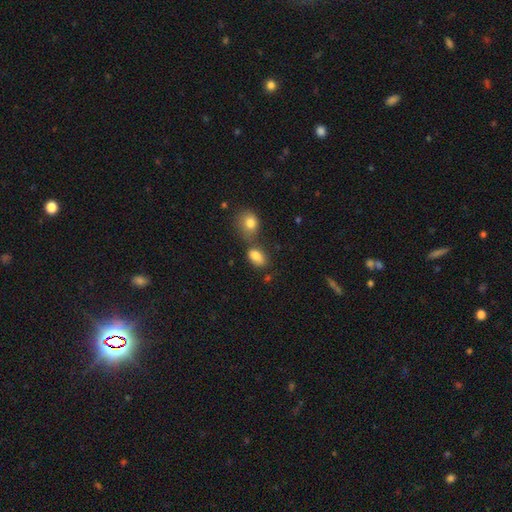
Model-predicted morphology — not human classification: Q: Smooth or featured?
A: smooth (83%); runner-up: star or artifact (9%)
Q: How rounded?
A: in between (85%); runner-up: round (13%)
Q: Merging?
A: none (51%); runner-up: merger (29%)